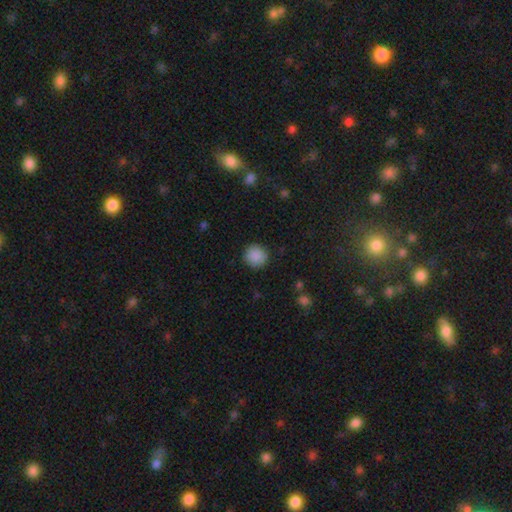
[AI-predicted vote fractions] A smooth galaxy with no disk features (89%) that is round (92%).

Vote fractions:
- Smooth or featured? smooth: 89% / star or artifact: 8% / featured or disk: 3%
- How rounded? round: 92% / in between: 7% / cigar-shaped: 1%
- Merging? none: 90% / minor disturbance: 7% / major disturbance: 2% / merger: 1%